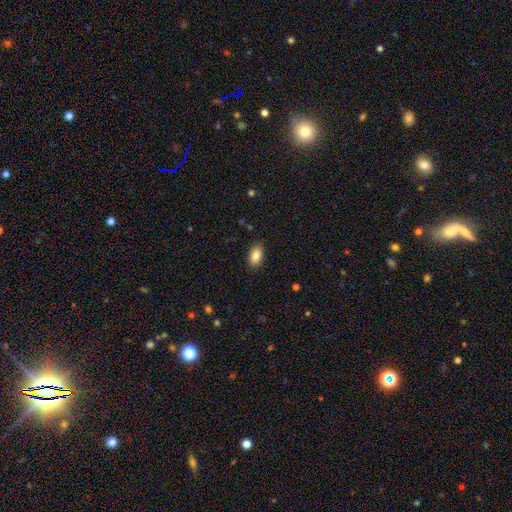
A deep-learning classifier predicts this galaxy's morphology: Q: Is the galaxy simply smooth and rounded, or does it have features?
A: smooth — 86%.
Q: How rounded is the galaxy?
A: in between — 92%.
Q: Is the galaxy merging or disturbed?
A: none — 87%.